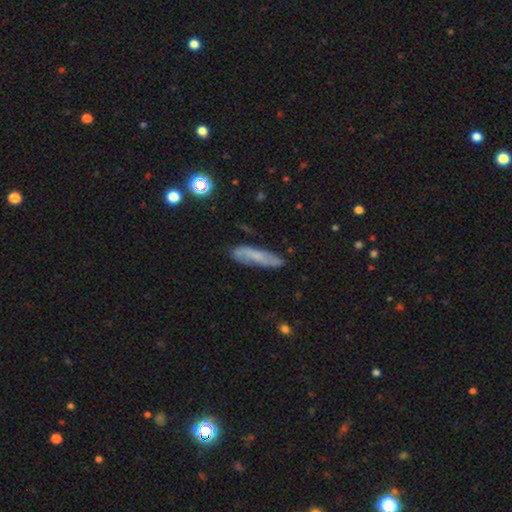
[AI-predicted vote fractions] smooth-or-featured: smooth: 49% | featured or disk: 41% | star or artifact: 10%
  merging: none: 74% | minor disturbance: 19% | major disturbance: 5% | merger: 3%